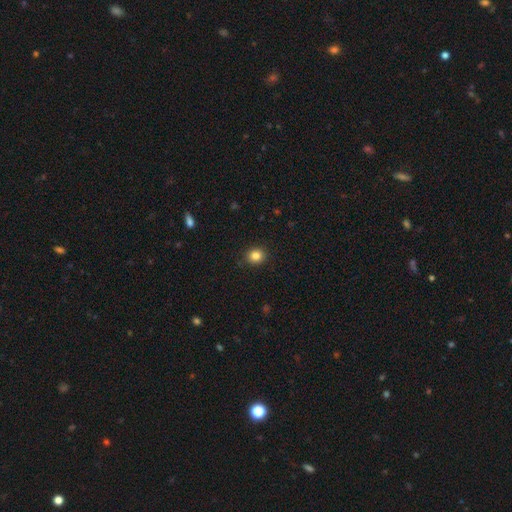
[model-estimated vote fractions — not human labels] Smooth or featured? Predicted: smooth (p=0.85). How rounded? Predicted: round (p=0.82). Merging? Predicted: none (p=0.90).